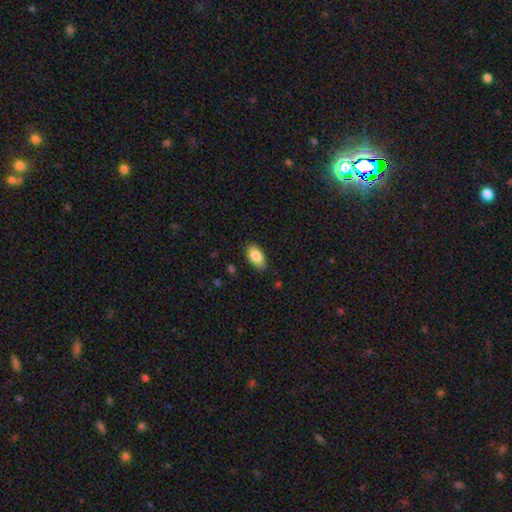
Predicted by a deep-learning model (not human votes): Morphology: type=smooth (85%); roundness=in between (93%); merging=none (82%).